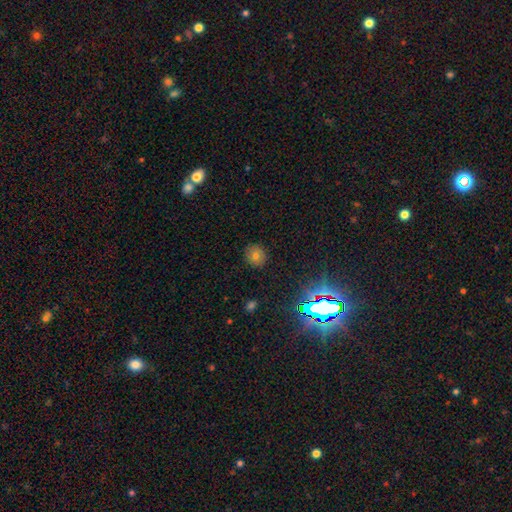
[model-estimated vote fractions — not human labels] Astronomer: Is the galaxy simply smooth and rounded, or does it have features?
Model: smooth — 70%.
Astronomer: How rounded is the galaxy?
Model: round — 87%.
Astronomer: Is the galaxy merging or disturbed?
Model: none — 88%.